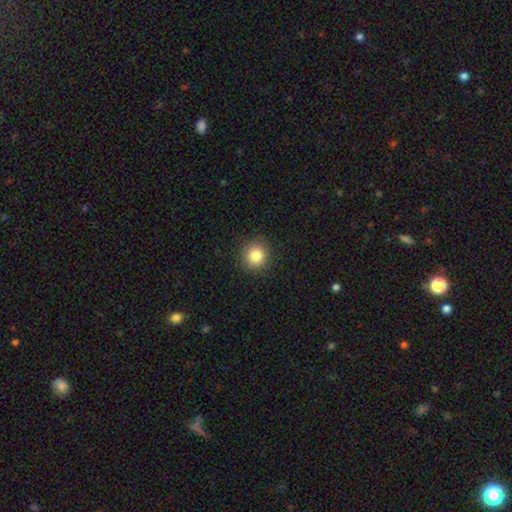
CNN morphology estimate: This is clearly a smooth galaxy (83%). How rounded: clearly round (92%). Merging: clearly none (91%).